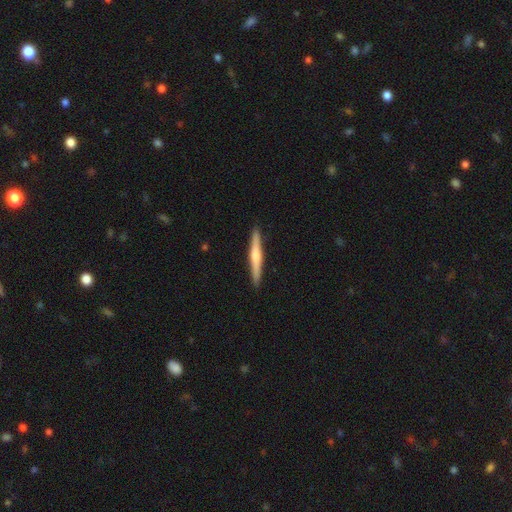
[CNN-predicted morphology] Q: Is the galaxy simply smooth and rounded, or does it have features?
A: featured or disk — 53%.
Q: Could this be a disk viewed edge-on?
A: yes — 97%.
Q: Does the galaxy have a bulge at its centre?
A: rounded — 71%.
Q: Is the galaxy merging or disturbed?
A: none — 91%.